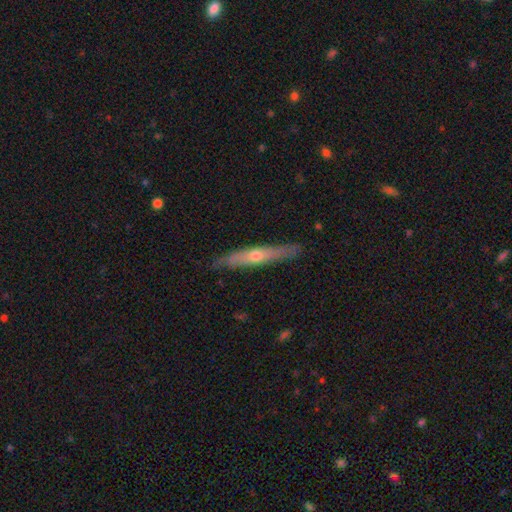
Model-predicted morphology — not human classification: Smooth or featured? featured or disk (62%)
Edge-on disk? yes (91%)
Edge-on bulge? rounded (79%)
Merging? none (87%)